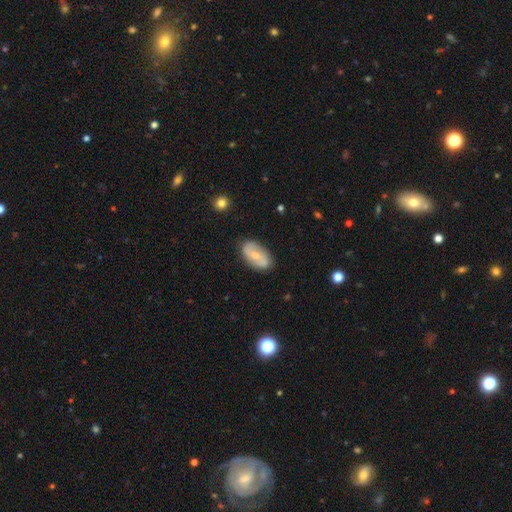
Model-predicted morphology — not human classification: A featured or disk galaxy (54%).

Vote fractions:
- Smooth or featured? featured or disk: 54% / smooth: 39% / star or artifact: 7%
- Edge-on disk? no: 92% / yes: 8%
- Merging? none: 81% / minor disturbance: 14% / major disturbance: 3% / merger: 2%